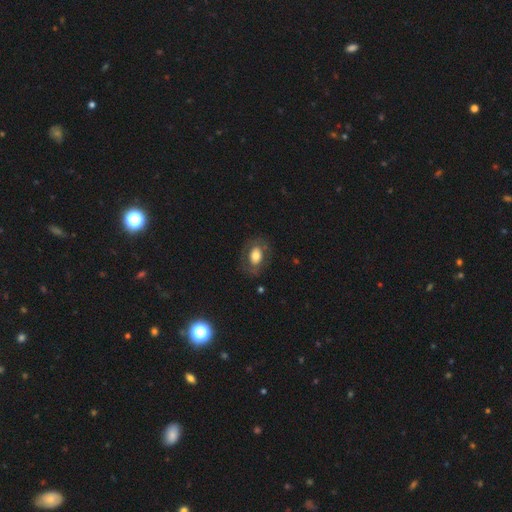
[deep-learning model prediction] Smooth or featured: smooth — 61% (featured or disk — 31%)
How rounded: in between — 76% (round — 23%)
Merging: none — 75% (minor disturbance — 15%)